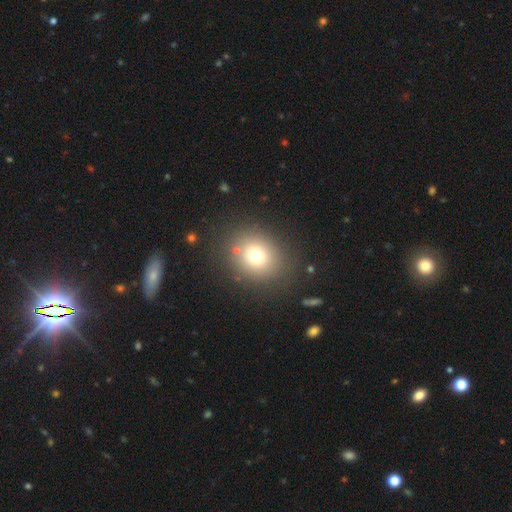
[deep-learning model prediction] Morphology: type=smooth (71%); roundness=round (77%); merging=none (83%).